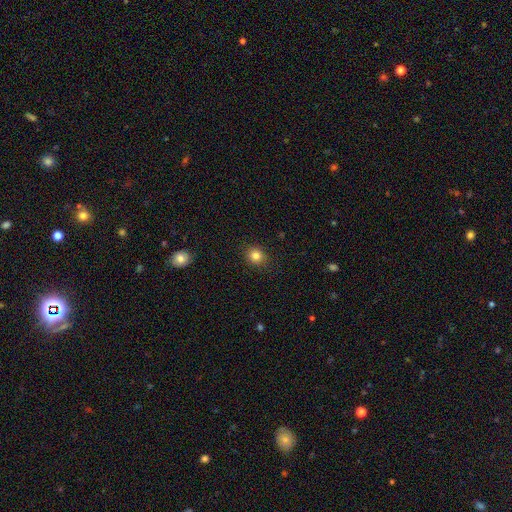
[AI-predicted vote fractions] This appears to be a smooth galaxy with no disk features (83%) that is round (78%). Merging: none (89%).